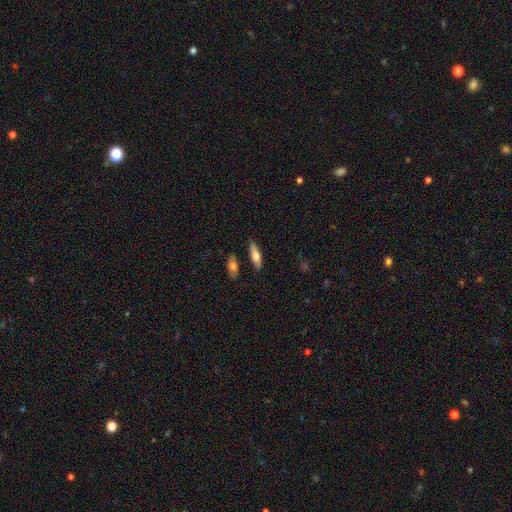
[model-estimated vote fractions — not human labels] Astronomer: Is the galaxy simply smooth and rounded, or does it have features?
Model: smooth — 61%.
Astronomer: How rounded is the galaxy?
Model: cigar-shaped — 58% (runner-up: in between, 40%).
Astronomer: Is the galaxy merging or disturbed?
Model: none — 79%.